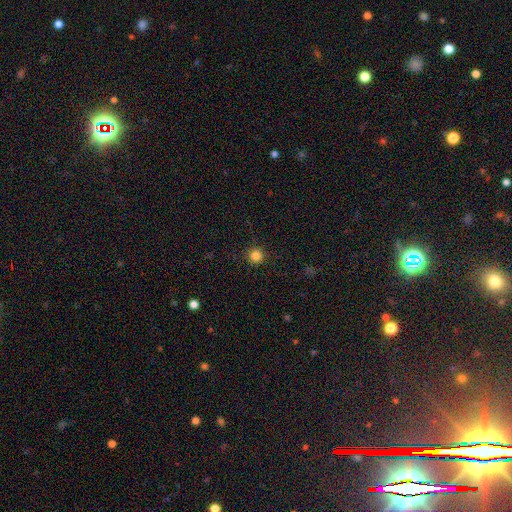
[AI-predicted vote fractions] smooth-or-featured: smooth: 84% | star or artifact: 12% | featured or disk: 4%
  how-rounded: round: 96% | in between: 3% | cigar-shaped: 1%
  merging: none: 92% | minor disturbance: 5% | major disturbance: 2% | merger: 1%